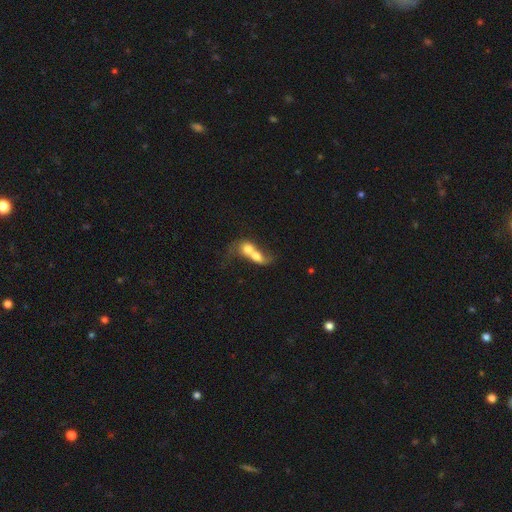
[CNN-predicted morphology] Smooth or featured? smooth (61%)
How rounded? in between (49%)
Merging? merger (84%)